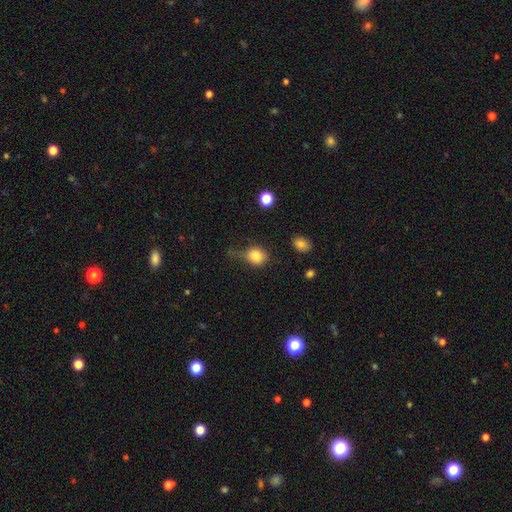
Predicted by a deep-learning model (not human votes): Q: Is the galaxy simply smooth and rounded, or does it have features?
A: smooth — 82%.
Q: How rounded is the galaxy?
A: round — 72%.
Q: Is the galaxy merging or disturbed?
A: none — 53%.